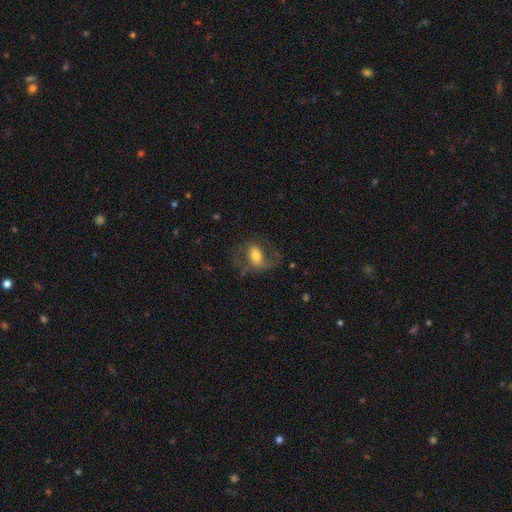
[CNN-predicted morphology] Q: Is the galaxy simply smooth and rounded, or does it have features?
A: featured or disk — 48%.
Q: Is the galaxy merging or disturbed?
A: none — 48%.